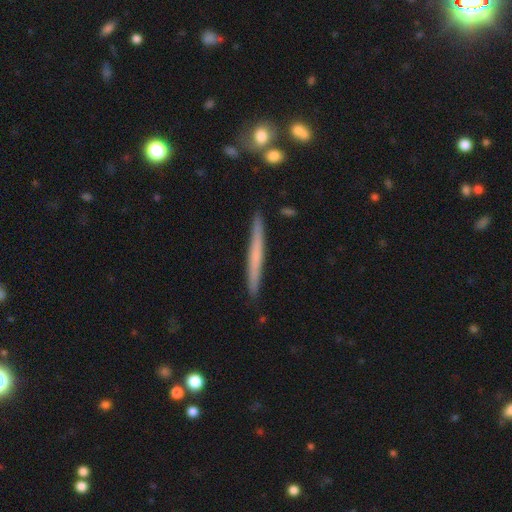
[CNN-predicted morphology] Smooth or featured: smooth — 50% (featured or disk — 44%)
How rounded: cigar-shaped — 97% (in between — 2%)
Merging: none — 91% (minor disturbance — 7%)